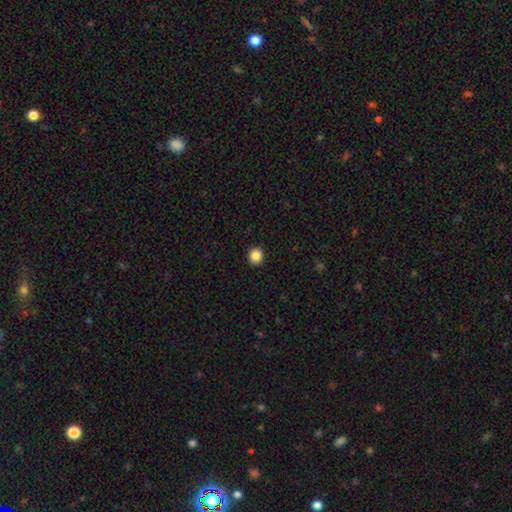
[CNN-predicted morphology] Smooth or featured? smooth (86%)
How rounded? round (93%)
Merging? none (93%)